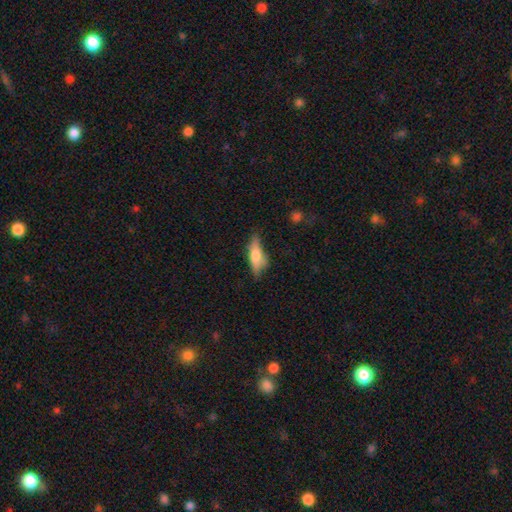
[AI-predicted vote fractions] The model was most divided on "how rounded": in between: 50%, cigar-shaped: 47%, round: 3%. More confident: smooth or featured — smooth (59%); merging — none (59%).